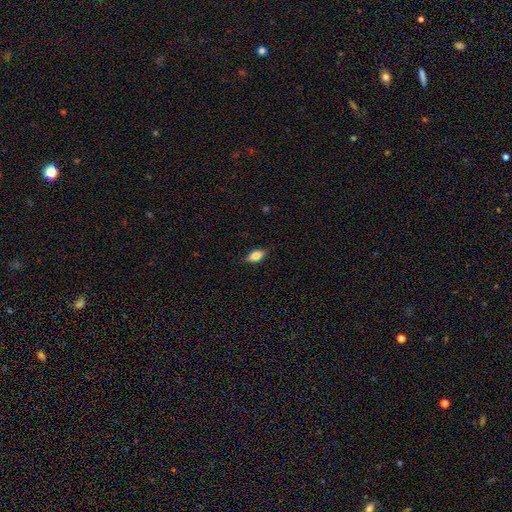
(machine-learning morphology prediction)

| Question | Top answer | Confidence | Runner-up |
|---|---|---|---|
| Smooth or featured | smooth | 81% | featured or disk (12%) |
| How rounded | in between | 88% | cigar-shaped (7%) |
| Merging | none | 84% | minor disturbance (13%) |